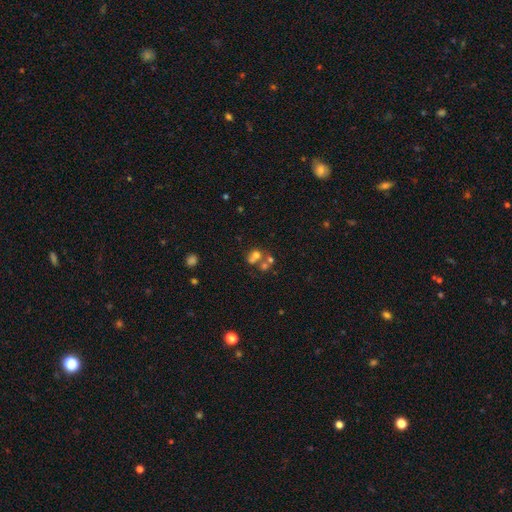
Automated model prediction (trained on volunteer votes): The model was most divided on "merging": merger: 53%, none: 32%, minor disturbance: 8%, major disturbance: 7%. More confident: how rounded — round (66%); smooth or featured — smooth (54%).